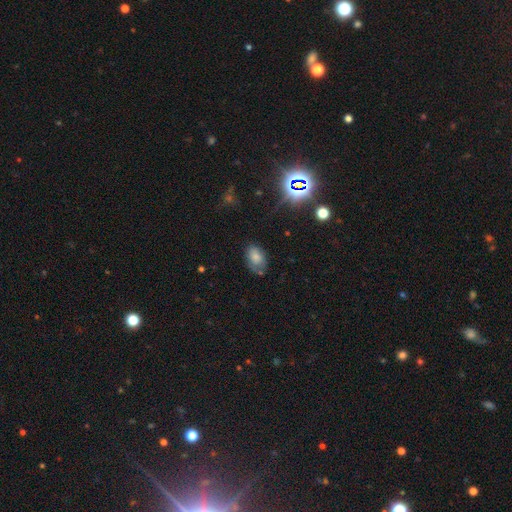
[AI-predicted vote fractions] smooth_or_featured: smooth (p=0.75) [alt: star or artifact p=0.13]
how_rounded: in between (p=0.88) [alt: round p=0.10]
merging: none (p=0.65) [alt: minor disturbance p=0.25]